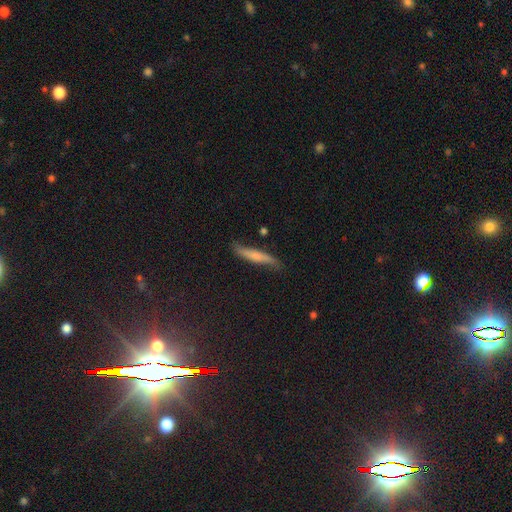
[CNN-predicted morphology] type=smooth (53%); roundness=cigar-shaped (90%); merging=none (72%).